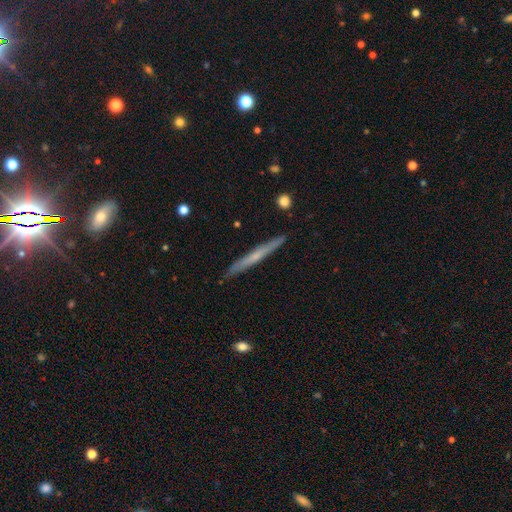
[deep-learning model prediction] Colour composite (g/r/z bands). It shows a featured or disk galaxy (51%) viewed edge-on (96%). Merging: none (90%).